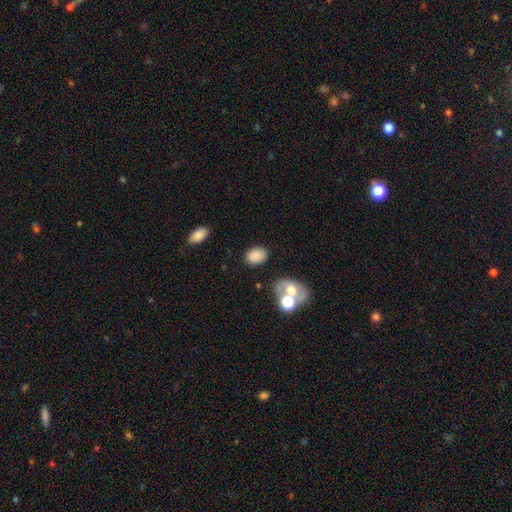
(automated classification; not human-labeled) This appears to be a smooth galaxy with no disk features (84%) that is in between round and cigar-shaped (74%). Merging: none (79%).